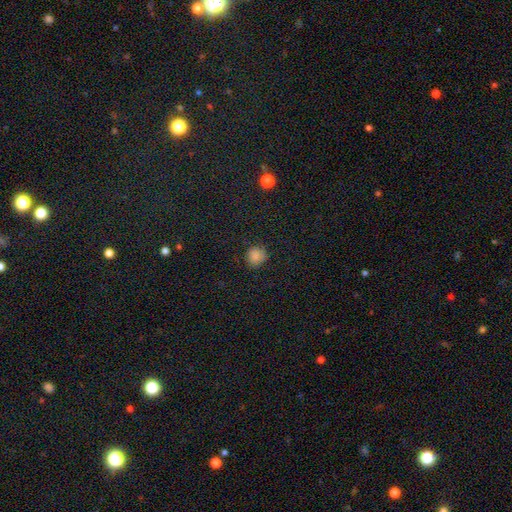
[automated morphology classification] A smooth galaxy with no disk features (84%) that is round (86%). Merging: none (80%).